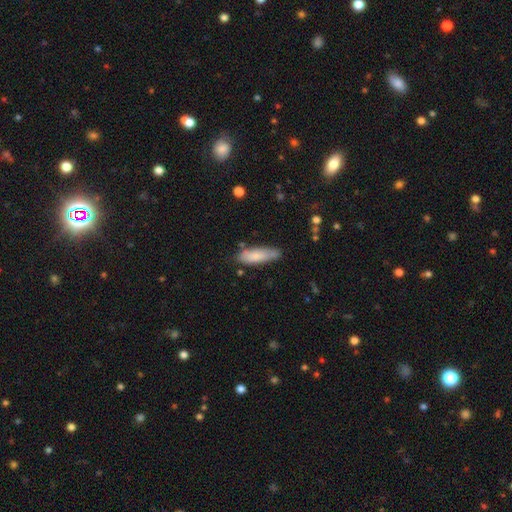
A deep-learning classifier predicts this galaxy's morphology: A smooth galaxy with no disk features (80%) that is cigar-shaped (56%). Merging: none (71%).